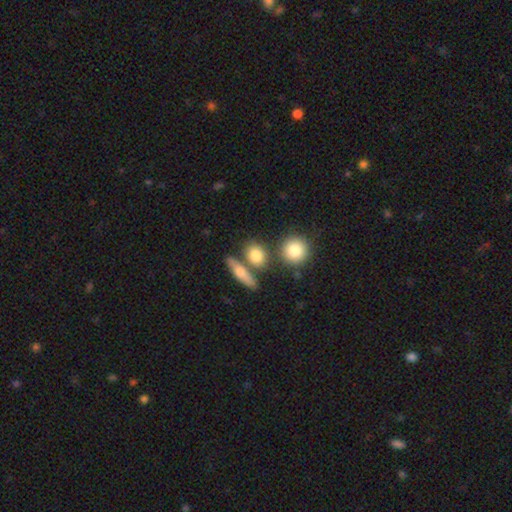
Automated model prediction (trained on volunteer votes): Q: Smooth or featured?
A: smooth (80%); runner-up: featured or disk (12%)
Q: How rounded?
A: round (53%); runner-up: in between (38%)
Q: Merging?
A: none (65%); runner-up: merger (19%)